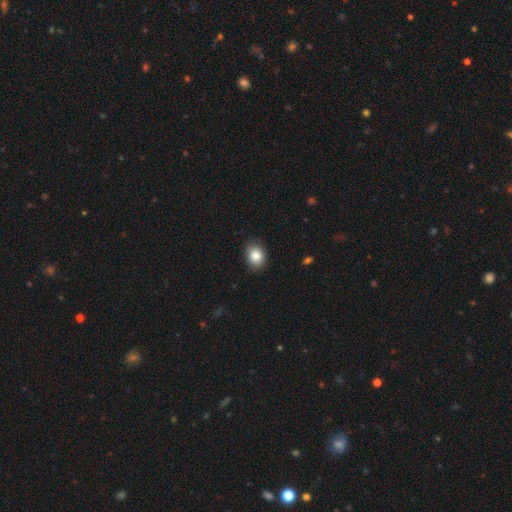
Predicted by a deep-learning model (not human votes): A smooth galaxy with no disk features (84%) that is in between round and cigar-shaped (56%). Merging: none (85%).